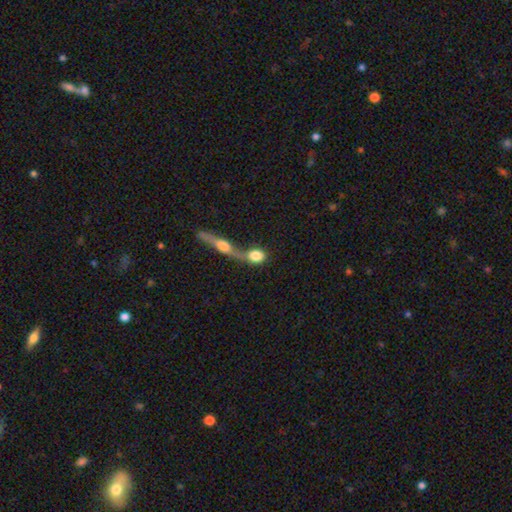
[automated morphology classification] The model was most divided on "how rounded": round: 50%, in between: 43%, cigar-shaped: 7%. More confident: smooth or featured — smooth (72%); merging — merger (59%).